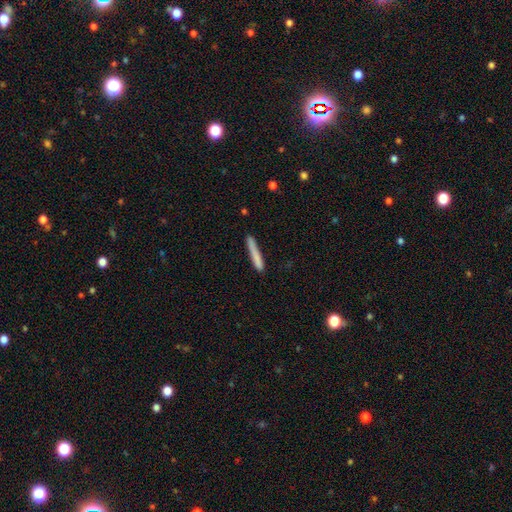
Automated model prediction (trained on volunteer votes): Smooth or featured? Predicted: smooth (p=0.78). How rounded? Predicted: cigar-shaped (p=0.96). Merging? Predicted: none (p=0.86).